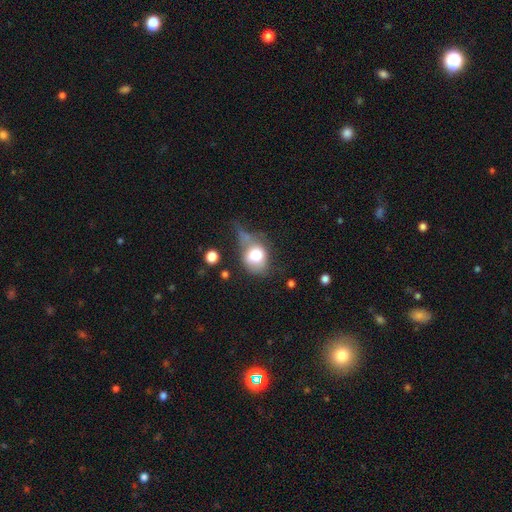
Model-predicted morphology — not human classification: The model was most divided on "merging": major disturbance: 31%, minor disturbance: 29%, none: 28%, merger: 11%. More confident: smooth or featured — smooth (69%); how rounded — round (53%).